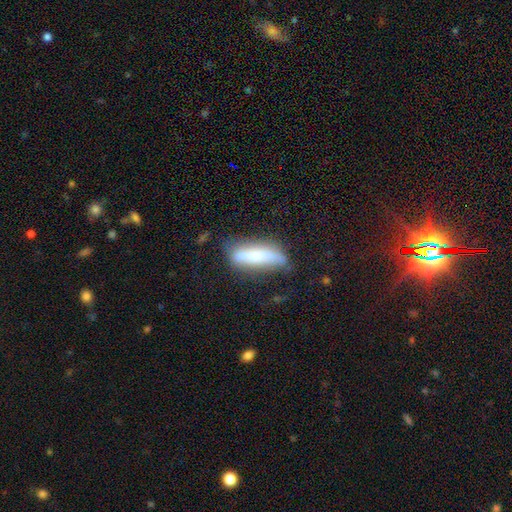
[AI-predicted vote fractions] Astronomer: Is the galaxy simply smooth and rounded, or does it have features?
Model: smooth — 60%.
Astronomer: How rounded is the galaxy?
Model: cigar-shaped — 65%.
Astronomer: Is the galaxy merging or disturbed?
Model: none — 60%.